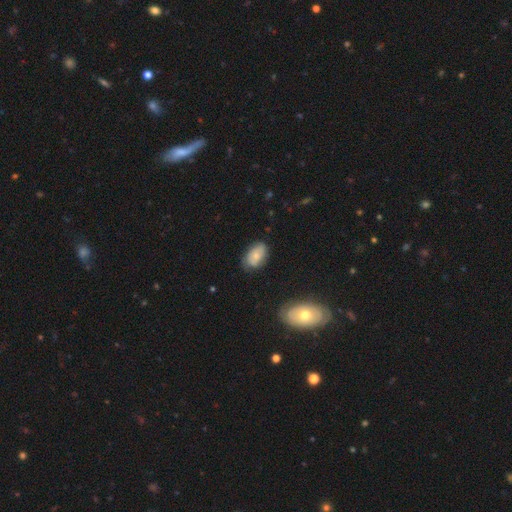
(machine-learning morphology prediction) smooth-or-featured: smooth: 64% | featured or disk: 28% | star or artifact: 8%
  how-rounded: in between: 91% | round: 8% | cigar-shaped: 2%
  merging: none: 66% | minor disturbance: 26% | major disturbance: 6% | merger: 2%